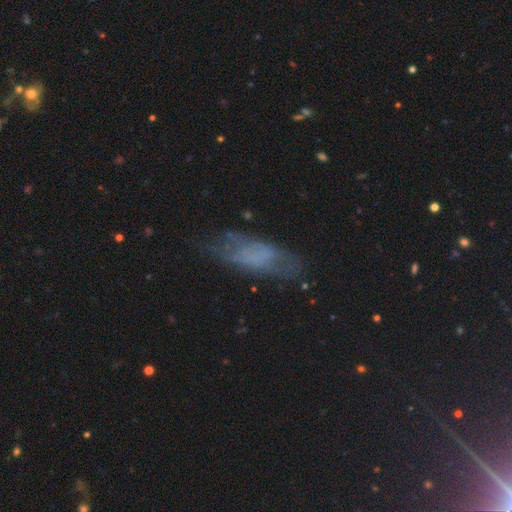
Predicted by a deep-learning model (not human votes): The model was most divided on "smooth or featured": featured or disk: 45%, smooth: 43%, star or artifact: 12%. More confident: merging — none (59%).